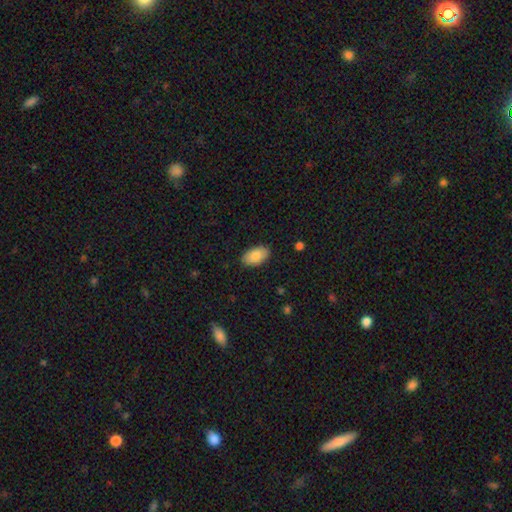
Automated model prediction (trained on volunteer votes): Overall: smooth (82%). How rounded: in between (93%). Merging: none (87%).